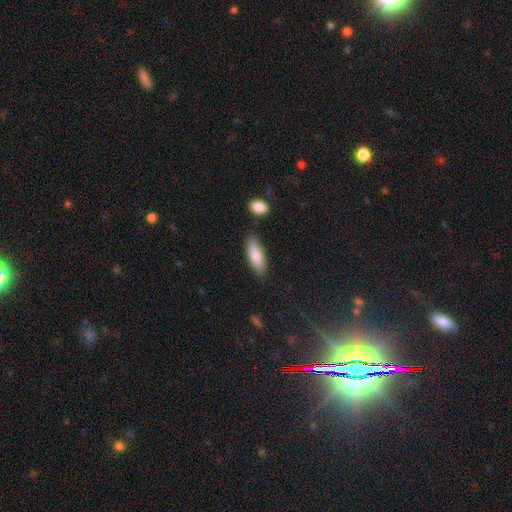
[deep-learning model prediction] smooth 83%, featured or disk 11%, star or artifact 6%. Down the decision tree: how rounded — in between (59%); merging — none (80%).